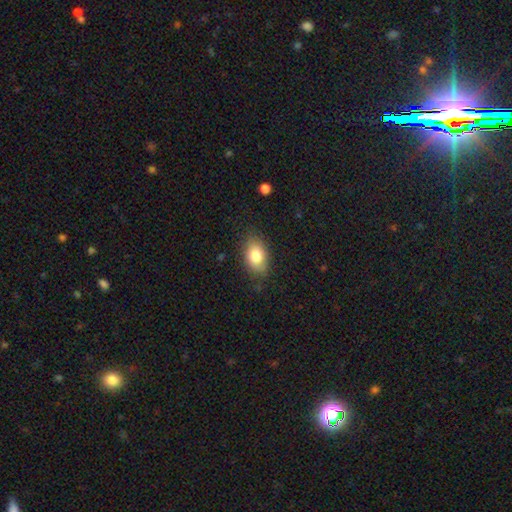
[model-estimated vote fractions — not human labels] Overall: smooth (80%). How rounded: in between (86%). Merging: none (81%).